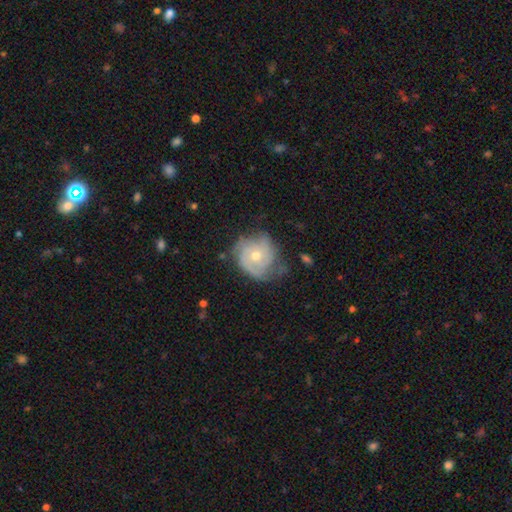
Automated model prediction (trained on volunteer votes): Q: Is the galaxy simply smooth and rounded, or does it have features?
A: featured or disk — 67%.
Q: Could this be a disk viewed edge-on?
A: no — 97%.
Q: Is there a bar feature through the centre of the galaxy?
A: no — 84%.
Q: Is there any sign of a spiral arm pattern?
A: yes — 82%.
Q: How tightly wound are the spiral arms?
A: tight — 57%.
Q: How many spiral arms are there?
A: can't tell — 36%.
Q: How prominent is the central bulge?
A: moderate — 58%.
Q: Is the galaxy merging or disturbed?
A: none — 58%.